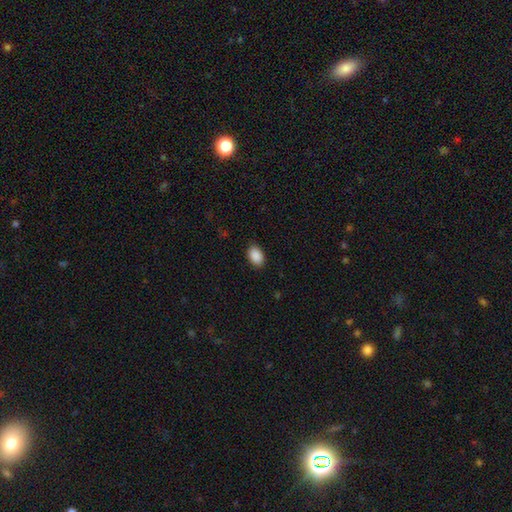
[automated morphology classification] Smooth or featured? Predicted: smooth (p=0.90). How rounded? Predicted: in between (p=0.87). Merging? Predicted: none (p=0.87).